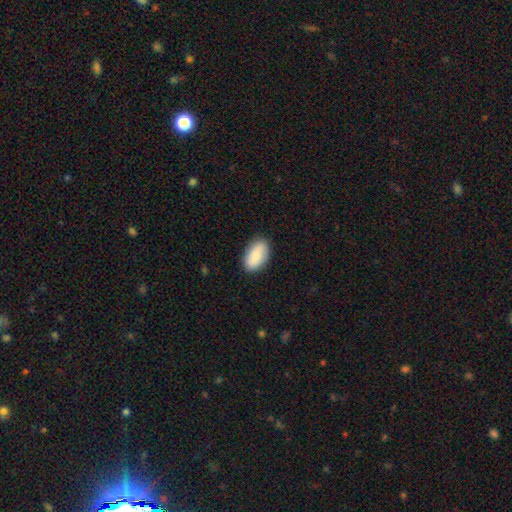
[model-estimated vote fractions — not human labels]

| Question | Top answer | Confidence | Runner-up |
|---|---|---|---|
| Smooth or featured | smooth | 82% | featured or disk (12%) |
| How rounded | in between | 93% | round (4%) |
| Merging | none | 86% | minor disturbance (10%) |